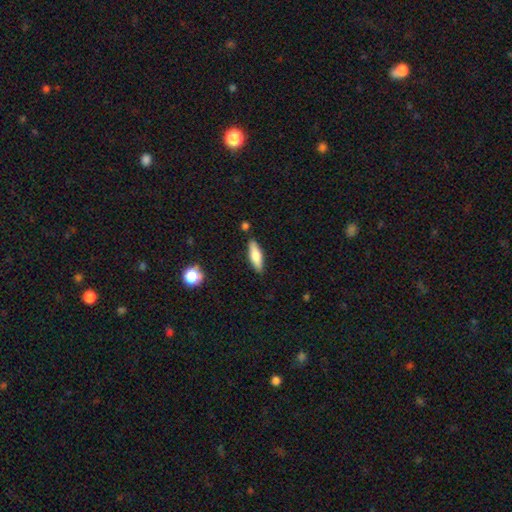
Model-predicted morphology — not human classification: smooth_or_featured: smooth (p=0.67) [alt: featured or disk p=0.27]
how_rounded: cigar-shaped (p=0.52) [alt: in between p=0.46]
merging: none (p=0.85) [alt: minor disturbance p=0.10]